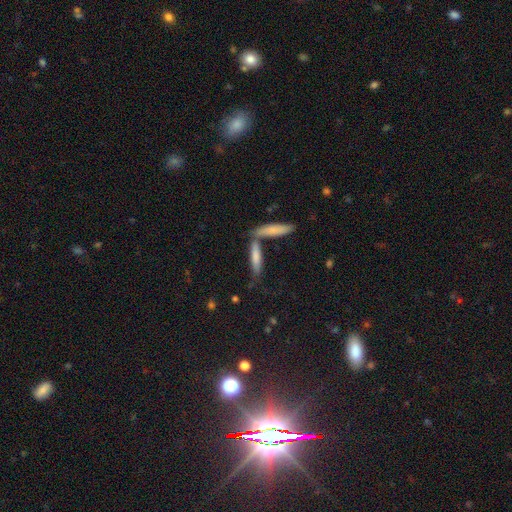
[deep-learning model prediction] Q: Smooth or featured?
A: smooth (64%); runner-up: featured or disk (27%)
Q: How rounded?
A: cigar-shaped (78%); runner-up: in between (20%)
Q: Merging?
A: none (53%); runner-up: merger (32%)